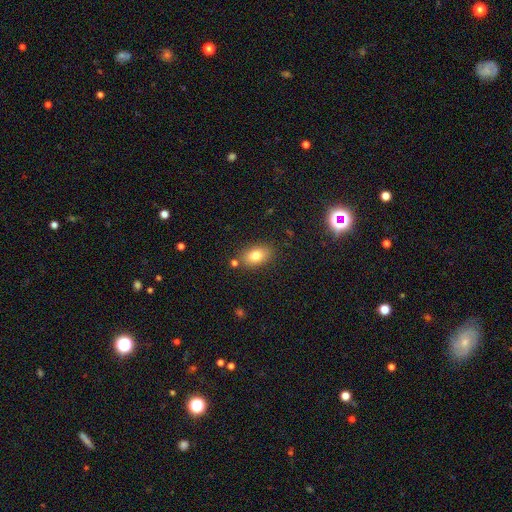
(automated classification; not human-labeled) Overall: smooth (79%). How rounded: in between (83%). Merging: none (81%).